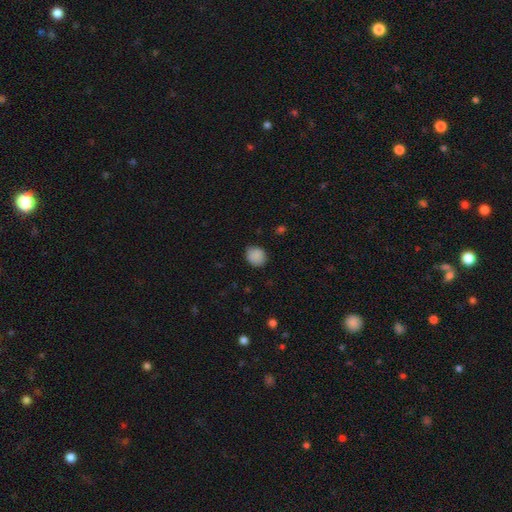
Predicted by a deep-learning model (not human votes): Q: Smooth or featured?
A: smooth (88%); runner-up: star or artifact (8%)
Q: How rounded?
A: round (77%); runner-up: in between (22%)
Q: Merging?
A: none (86%); runner-up: minor disturbance (11%)